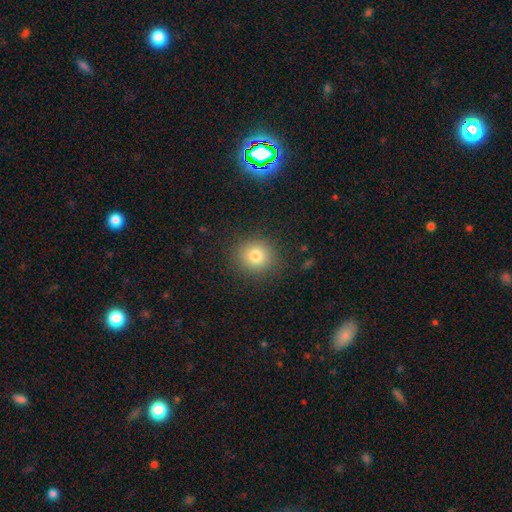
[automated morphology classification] Q: Smooth or featured?
A: smooth (79%); runner-up: star or artifact (12%)
Q: How rounded?
A: round (86%); runner-up: in between (13%)
Q: Merging?
A: none (88%); runner-up: minor disturbance (8%)